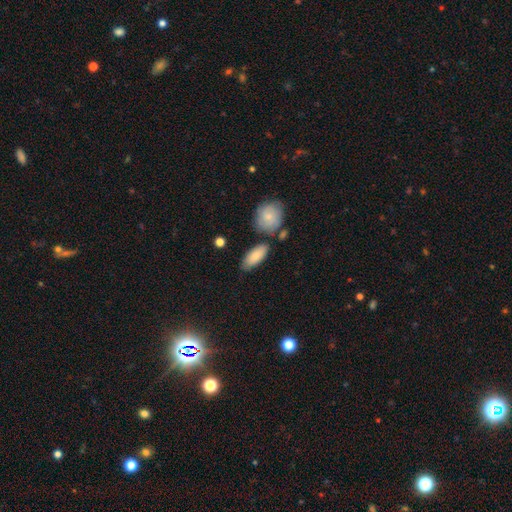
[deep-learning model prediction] Morphology: type=smooth (84%); roundness=in between (86%); merging=none (73%).